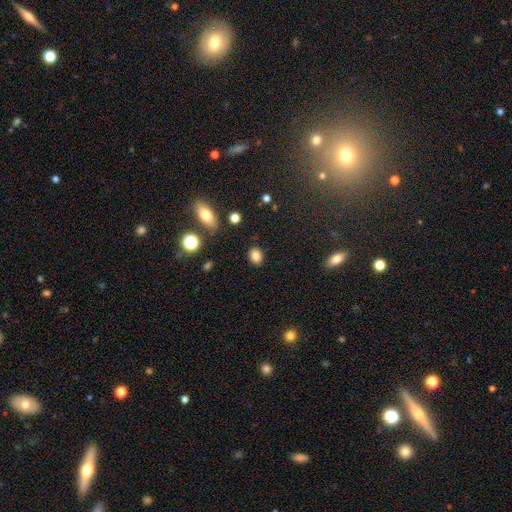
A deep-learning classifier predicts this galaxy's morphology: This appears to be a smooth galaxy with no disk features (84%) that is in between round and cigar-shaped (62%). Merging: none (86%).